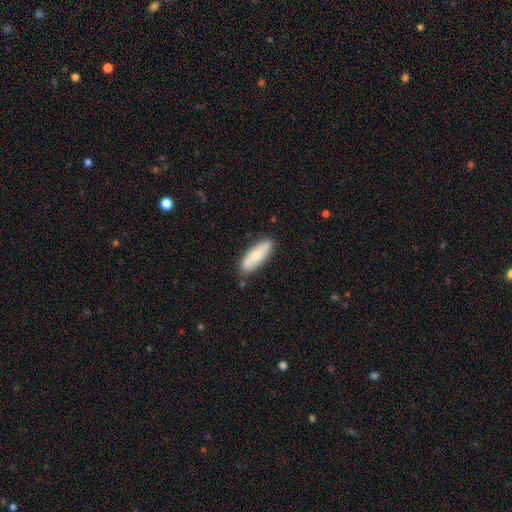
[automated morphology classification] Overall: smooth (63%; featured or disk 31%). How rounded: in between (58%; cigar-shaped 40%). Merging: none (82%).